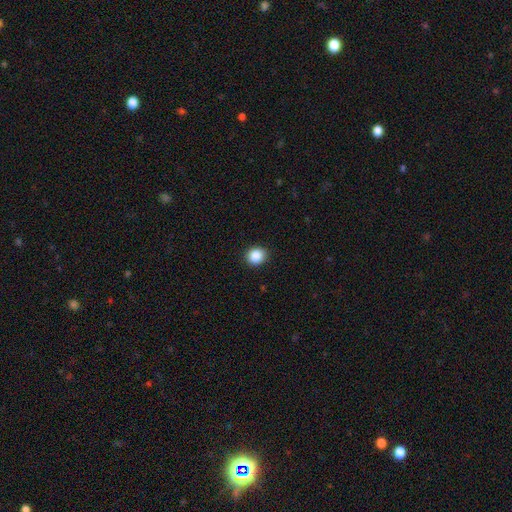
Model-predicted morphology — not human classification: smooth 87%, star or artifact 9%, featured or disk 3%. Down the decision tree: how rounded — round (81%); merging — none (91%).